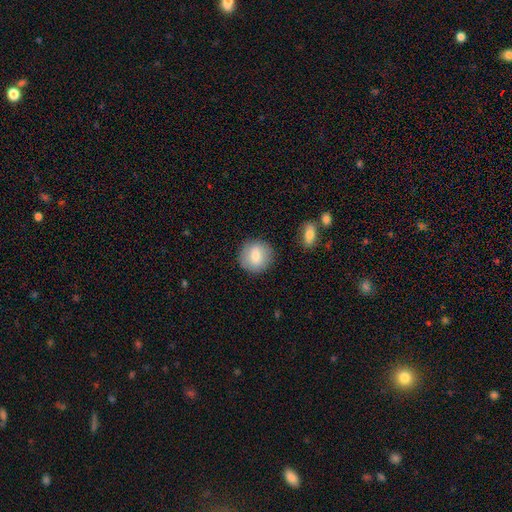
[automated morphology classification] The model was most divided on "smooth or featured": smooth: 79%, featured or disk: 14%, star or artifact: 7%. More confident: how rounded — round (90%); merging — none (85%).